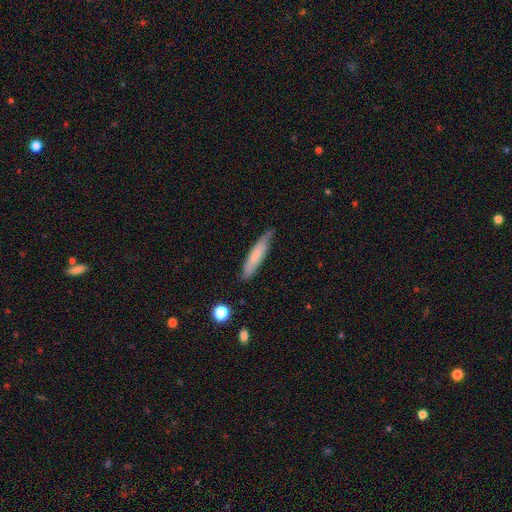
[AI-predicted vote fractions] Q: Smooth or featured?
A: smooth (66%); runner-up: featured or disk (28%)
Q: How rounded?
A: cigar-shaped (86%); runner-up: in between (13%)
Q: Merging?
A: none (75%); runner-up: minor disturbance (20%)